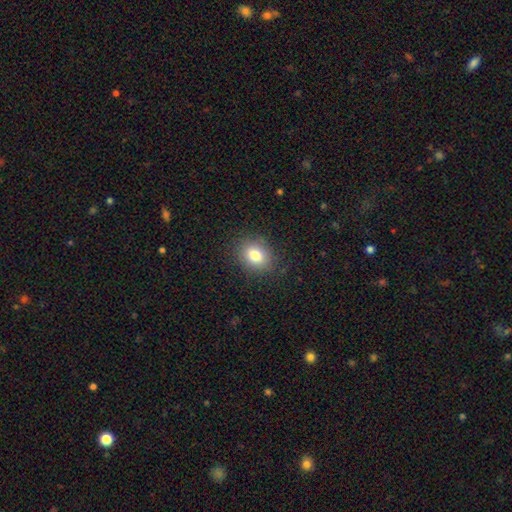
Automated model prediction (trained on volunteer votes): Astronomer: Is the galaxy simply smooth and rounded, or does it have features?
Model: smooth — 82%.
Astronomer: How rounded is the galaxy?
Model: in between — 54% (runner-up: round, 45%).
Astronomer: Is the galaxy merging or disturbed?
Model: none — 88%.